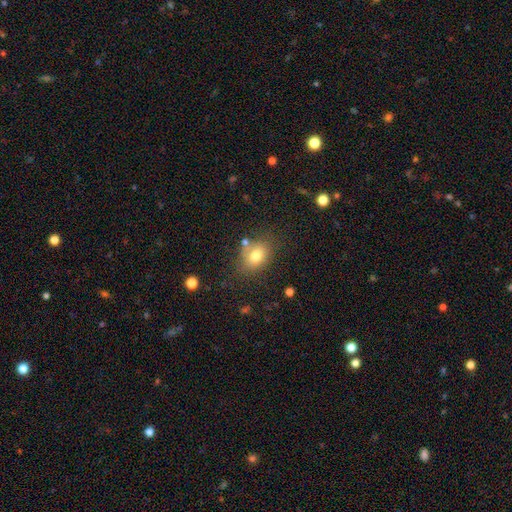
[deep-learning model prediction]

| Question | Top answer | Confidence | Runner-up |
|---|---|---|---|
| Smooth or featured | smooth | 77% | featured or disk (12%) |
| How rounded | in between | 60% | round (39%) |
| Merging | none | 68% | minor disturbance (18%) |